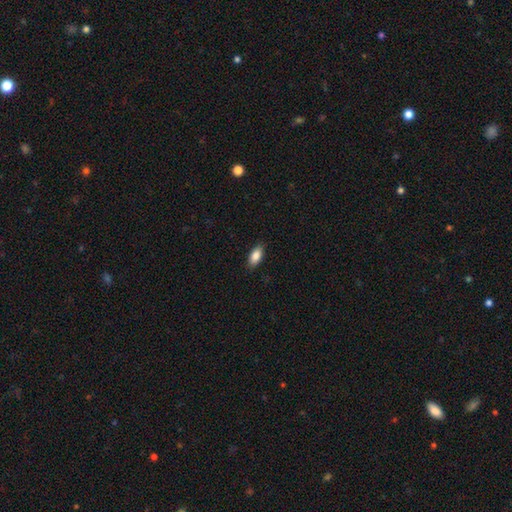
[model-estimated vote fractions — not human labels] Morphology: type=smooth (87%); roundness=in between (90%); merging=none (87%).